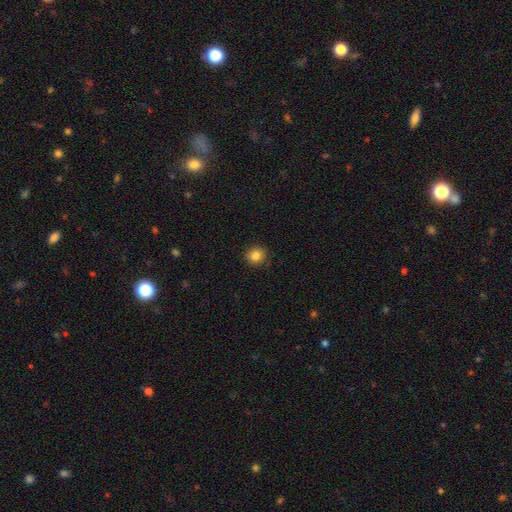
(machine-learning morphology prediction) Q: Smooth or featured?
A: smooth (84%); runner-up: star or artifact (10%)
Q: How rounded?
A: round (88%); runner-up: in between (11%)
Q: Merging?
A: none (90%); runner-up: minor disturbance (7%)